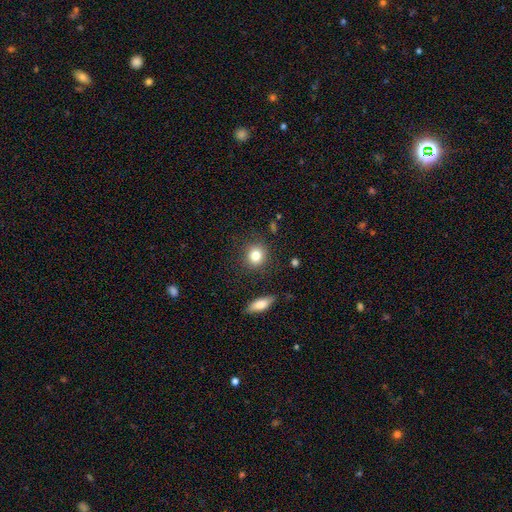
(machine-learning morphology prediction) This is clearly a smooth galaxy (83%). How rounded: likely round (79%). Merging: clearly none (85%).